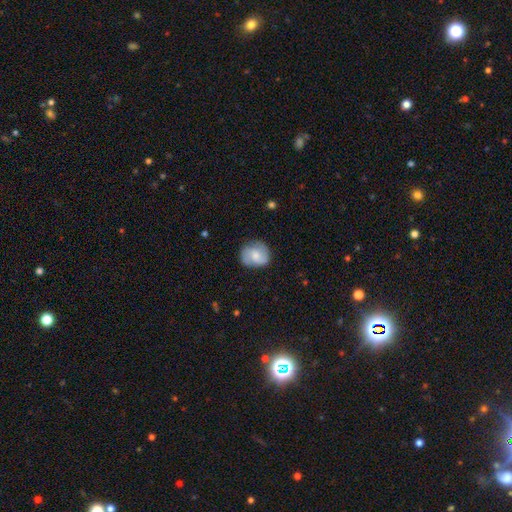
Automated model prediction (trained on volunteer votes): This is possibly a smooth galaxy (50%). How rounded: likely round (75%). Merging: likely none (76%).